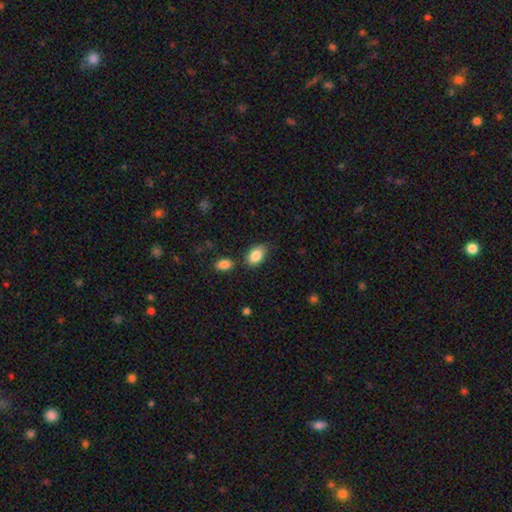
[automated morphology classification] smooth 87%, star or artifact 7%, featured or disk 7%. Down the decision tree: how rounded — in between (91%); merging — none (71%).